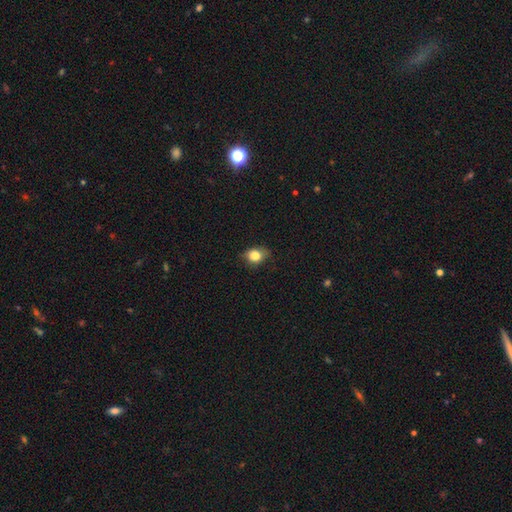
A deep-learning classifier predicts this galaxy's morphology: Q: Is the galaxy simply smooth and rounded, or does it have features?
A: smooth — 80%.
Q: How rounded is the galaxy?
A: in between — 51%.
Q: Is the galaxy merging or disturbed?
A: none — 71%.